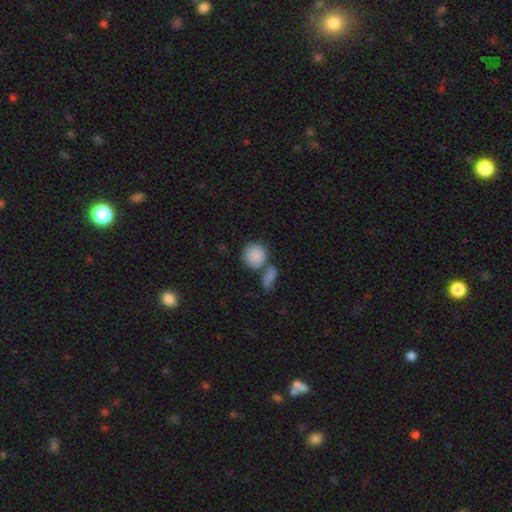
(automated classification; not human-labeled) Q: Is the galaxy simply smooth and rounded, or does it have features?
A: smooth — 87%.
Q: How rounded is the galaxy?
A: round — 82%.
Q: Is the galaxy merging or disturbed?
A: none — 47%.